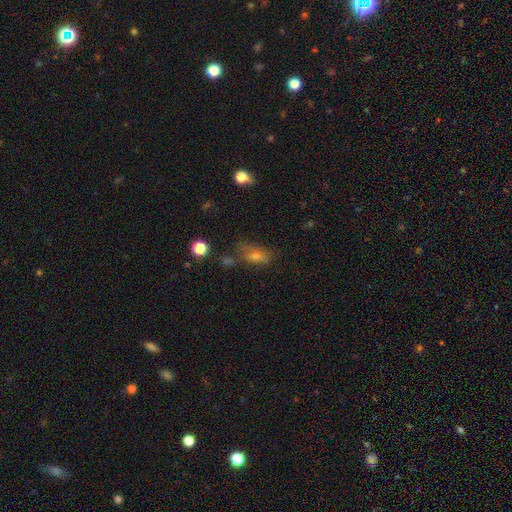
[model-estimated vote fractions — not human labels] smooth 60%, featured or disk 20%, star or artifact 19%. Down the decision tree: how rounded — in between (74%); merging — none (53%).